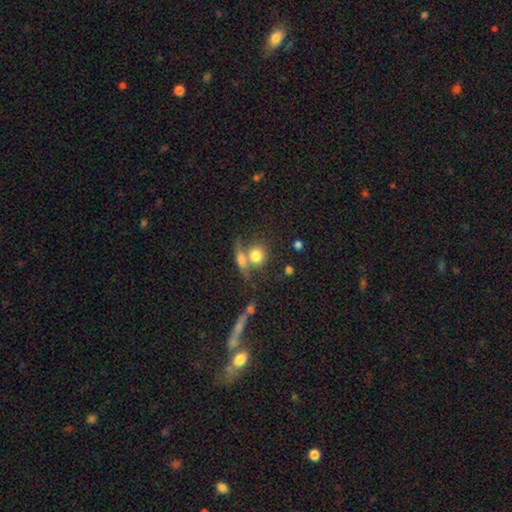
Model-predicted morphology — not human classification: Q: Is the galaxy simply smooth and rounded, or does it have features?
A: smooth — 77%.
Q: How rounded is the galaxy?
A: round — 76%.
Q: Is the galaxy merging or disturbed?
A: merger — 43%.